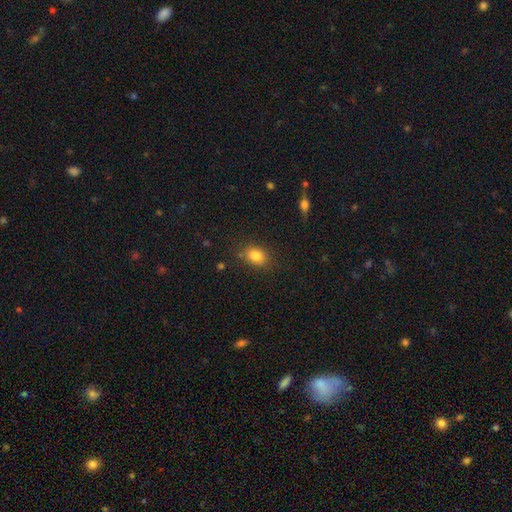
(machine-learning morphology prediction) Smooth or featured? smooth (83%)
How rounded? in between (64%)
Merging? none (79%)